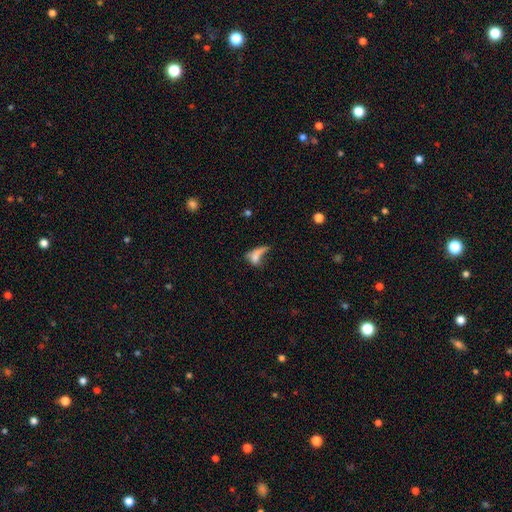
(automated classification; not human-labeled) Overall: smooth (56%; featured or disk 29%). How rounded: in between (61%; cigar-shaped 26%). Merging: major disturbance (38%; none 24%).